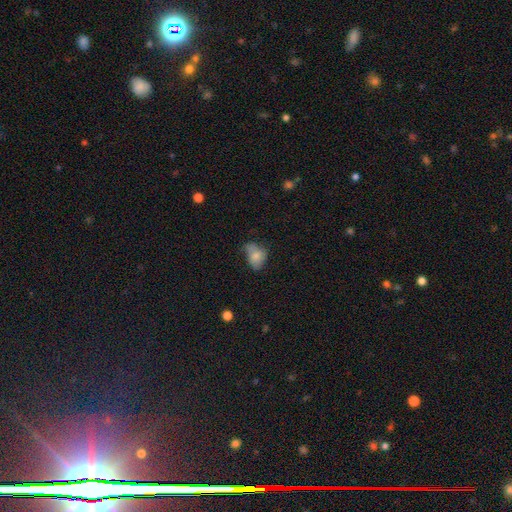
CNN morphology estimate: A smooth galaxy with no disk features (68%) that is in between round and cigar-shaped (75%).

Vote fractions:
- Smooth or featured? smooth: 68% / featured or disk: 22% / star or artifact: 10%
- How rounded? in between: 75% / round: 24% / cigar-shaped: 1%
- Merging? minor disturbance: 38% / none: 35% / major disturbance: 22% / merger: 6%